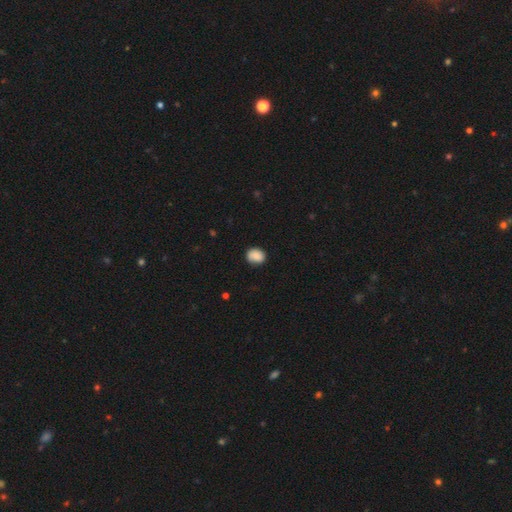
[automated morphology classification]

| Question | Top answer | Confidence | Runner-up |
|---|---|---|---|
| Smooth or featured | smooth | 88% | star or artifact (8%) |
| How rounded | in between | 51% | round (48%) |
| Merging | none | 81% | minor disturbance (15%) |